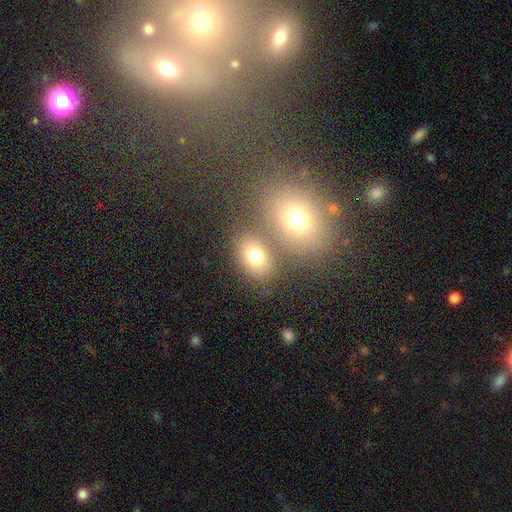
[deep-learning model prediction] A smooth galaxy with no disk features (70%) that is in between round and cigar-shaped (68%).

Vote fractions:
- Smooth or featured? smooth: 70% / star or artifact: 15% / featured or disk: 15%
- How rounded? in between: 68% / round: 31% / cigar-shaped: 1%
- Merging? none: 56% / merger: 29% / minor disturbance: 10% / major disturbance: 5%